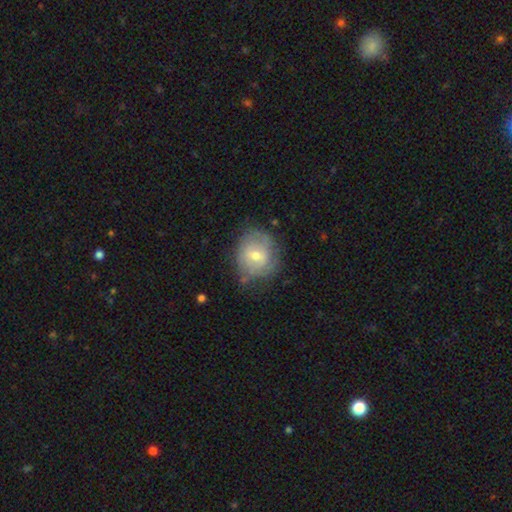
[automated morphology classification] The model was most divided on "bar": no: 46%, weak: 45%, strong: 9%. More confident: edge-on disk — no (97%); spiral arms — yes (69%); merging — none (65%); bulge size — moderate (57%); smooth or featured — featured or disk (54%).